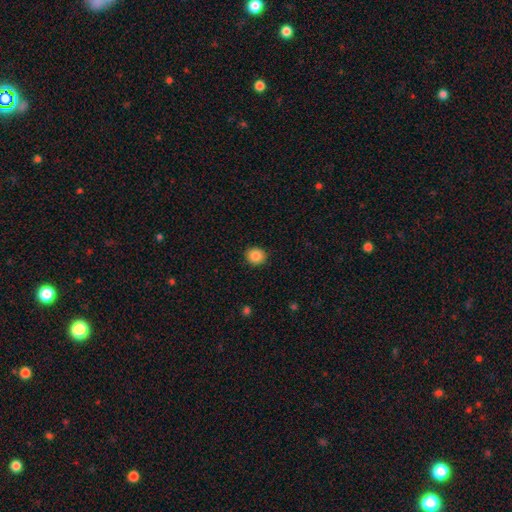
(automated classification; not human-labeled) Morphology: type=smooth (87%); roundness=round (84%); merging=none (90%).